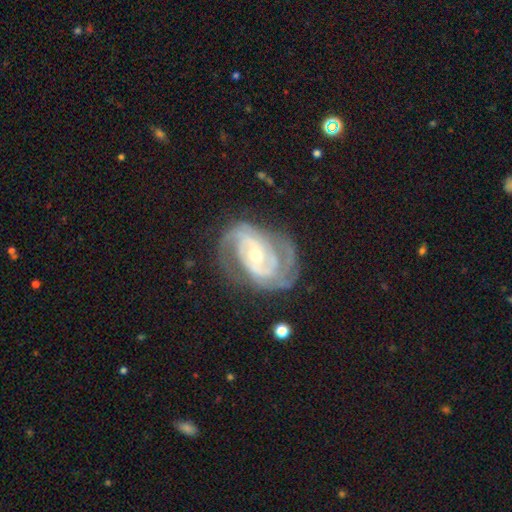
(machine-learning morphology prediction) Smooth or featured: featured or disk — 89% (smooth — 6%)
Edge-on disk: no — 96% (yes — 4%)
Bar: no — 48% (weak — 34%)
Spiral arms: yes — 95% (no — 5%)
Spiral winding: tight — 55% (medium — 35%)
Spiral arm count: 2 — 52% (3 — 18%)
Bulge size: moderate — 54% (small — 42%)
Merging: none — 68% (minor disturbance — 19%)